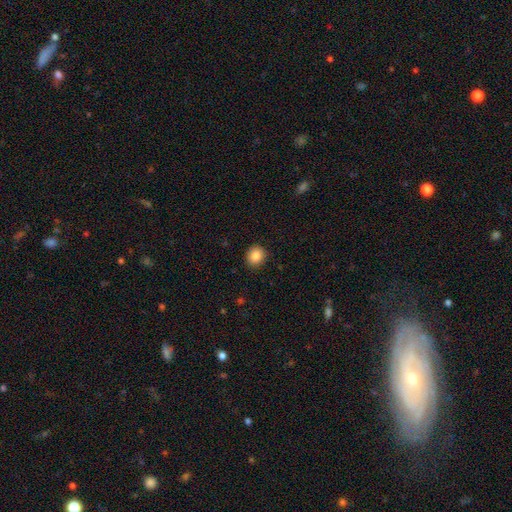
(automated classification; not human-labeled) A smooth galaxy with no disk features (87%) that is round (78%). Merging: none (90%).